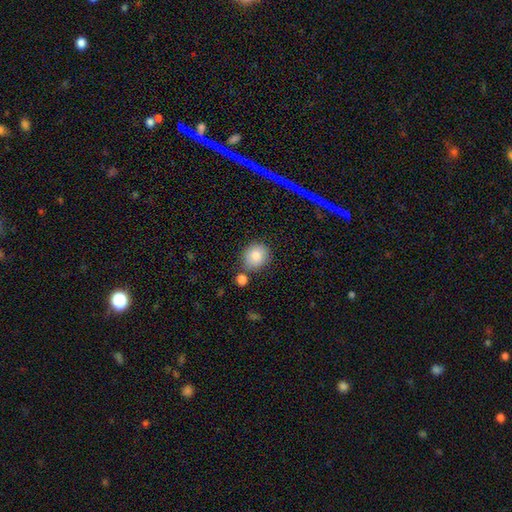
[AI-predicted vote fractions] This is clearly a smooth galaxy (84%). How rounded: clearly round (84%). Merging: likely none (75%).